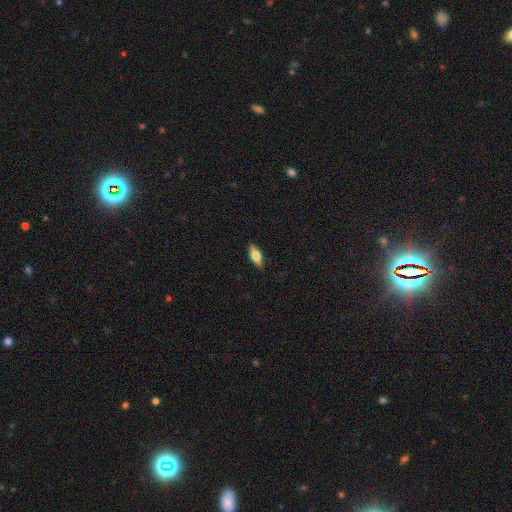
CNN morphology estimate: Smooth or featured? smooth (61%)
How rounded? in between (67%)
Merging? none (88%)